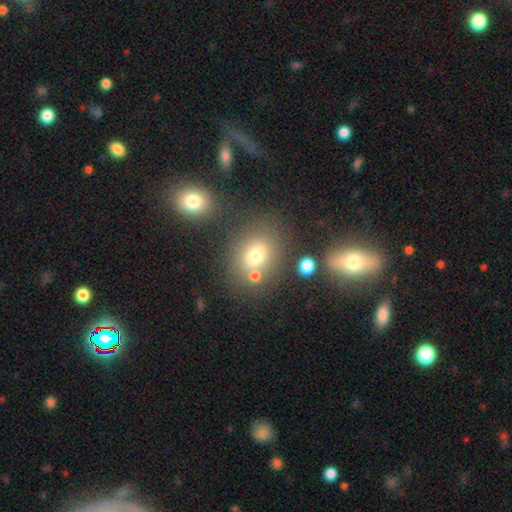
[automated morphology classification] type=smooth (70%); roundness=in between (55%); merging=none (62%).